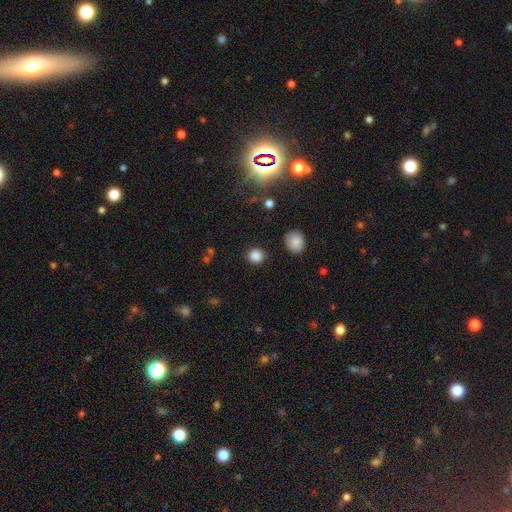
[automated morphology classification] Smooth or featured?
  - smooth: 85% *
  - star or artifact: 11%
  - featured or disk: 4%
How rounded?
  - round: 87% *
  - in between: 12%
  - cigar-shaped: 1%
Merging?
  - none: 88% *
  - minor disturbance: 8%
  - major disturbance: 3%
  - merger: 2%